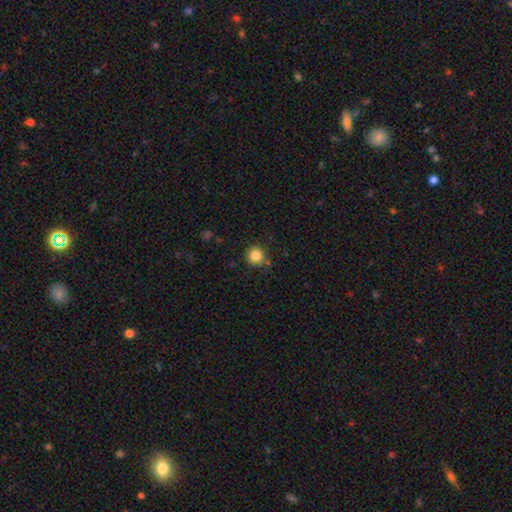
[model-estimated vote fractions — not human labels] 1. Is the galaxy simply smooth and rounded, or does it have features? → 85% smooth, 11% star or artifact, 4% featured or disk.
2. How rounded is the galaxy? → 94% round, 5% in between, 1% cigar-shaped.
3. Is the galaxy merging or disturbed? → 83% none, 10% minor disturbance, 4% merger, 3% major disturbance.